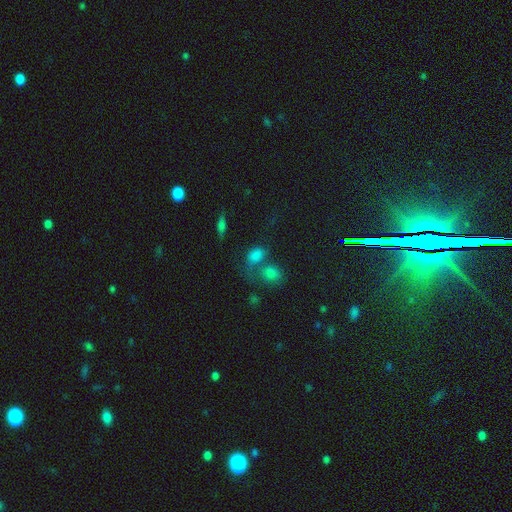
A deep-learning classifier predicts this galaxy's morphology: Smooth or featured? smooth (73%)
How rounded? in between (69%)
Merging? merger (46%)